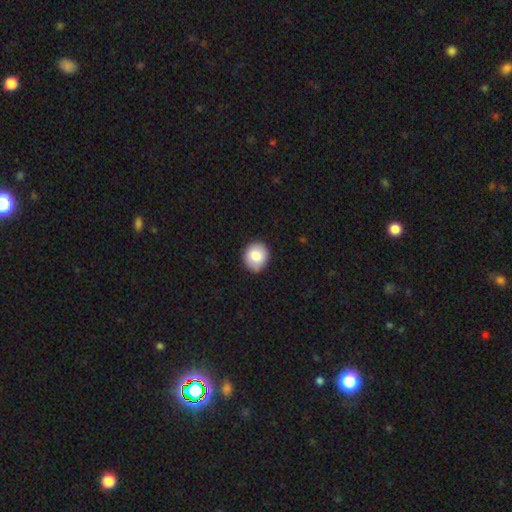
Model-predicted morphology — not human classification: type=smooth (83%); roundness=round (79%); merging=none (85%).